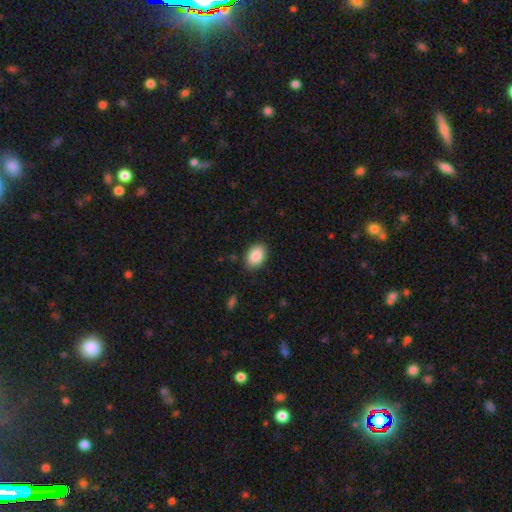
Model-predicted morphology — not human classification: Smooth or featured: smooth — 88% (star or artifact — 7%)
How rounded: in between — 82% (round — 17%)
Merging: none — 88% (minor disturbance — 9%)